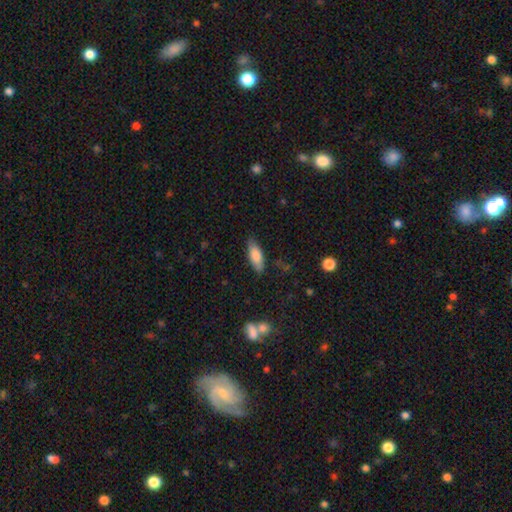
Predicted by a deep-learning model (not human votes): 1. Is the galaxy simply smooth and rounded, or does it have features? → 80% smooth, 14% featured or disk, 6% star or artifact.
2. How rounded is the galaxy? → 69% in between, 29% cigar-shaped, 2% round.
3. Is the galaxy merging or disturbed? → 80% none, 16% minor disturbance, 3% major disturbance, 2% merger.